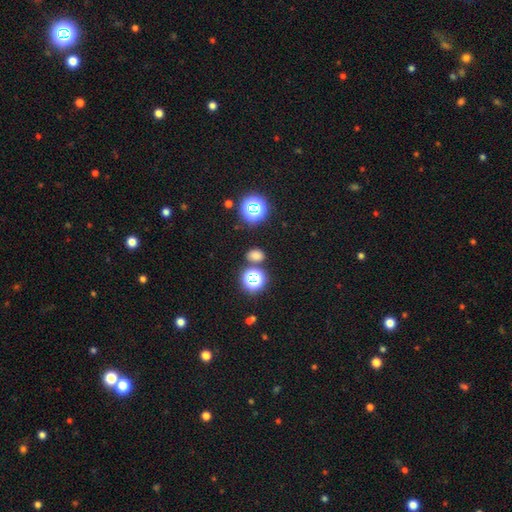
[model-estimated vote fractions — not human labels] A smooth galaxy with no disk features (66%) that is in between round and cigar-shaped (60%). Merging: none (78%).